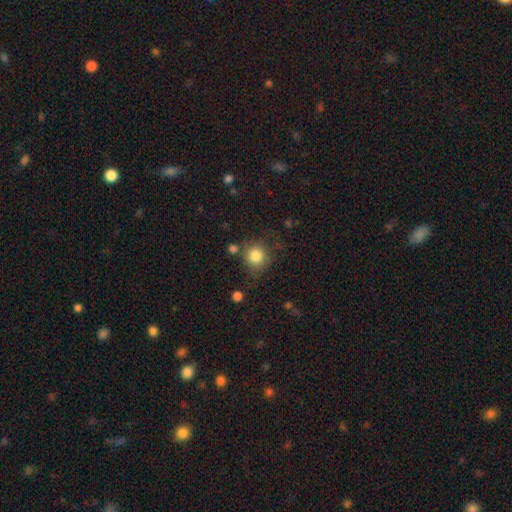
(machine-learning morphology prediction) Smooth or featured: smooth — 83% (star or artifact — 10%)
How rounded: round — 89% (in between — 10%)
Merging: none — 74% (minor disturbance — 14%)